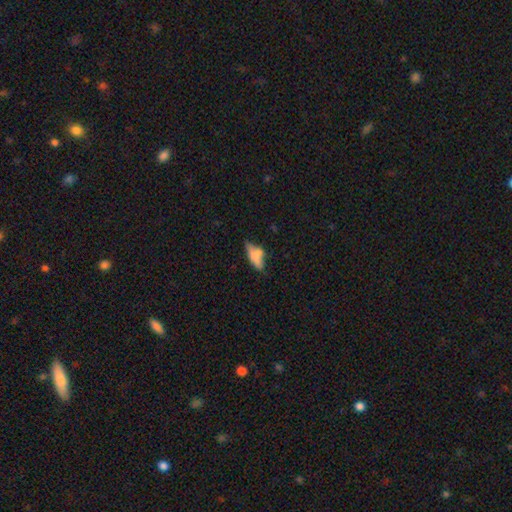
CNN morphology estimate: smooth 65%, featured or disk 25%, star or artifact 10%. Down the decision tree: how rounded — in between (63%); merging — none (45%).